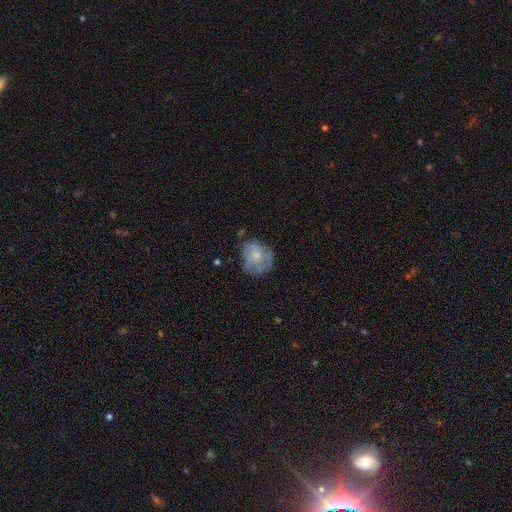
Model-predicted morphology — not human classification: Smooth or featured? smooth (56%)
How rounded? round (62%)
Merging? none (53%)